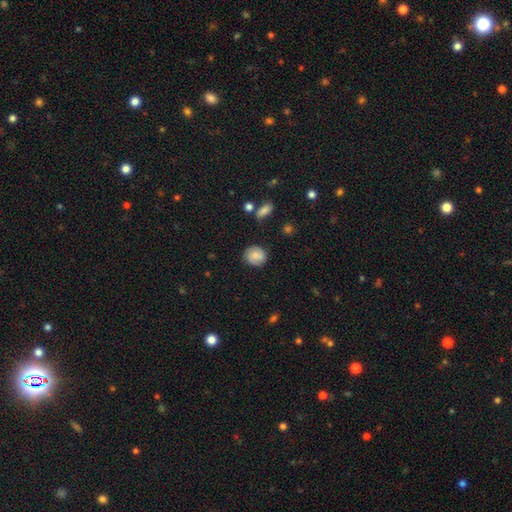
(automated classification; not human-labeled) Overall: smooth (67%). How rounded: round (77%). Merging: none (81%).